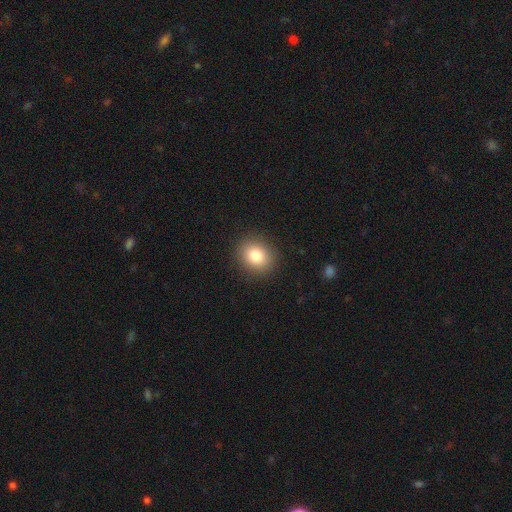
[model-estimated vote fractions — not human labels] Smooth or featured?
  - smooth: 83% *
  - star or artifact: 10%
  - featured or disk: 7%
How rounded?
  - round: 67% *
  - in between: 33%
  - cigar-shaped: 1%
Merging?
  - none: 90% *
  - minor disturbance: 7%
  - major disturbance: 2%
  - merger: 1%